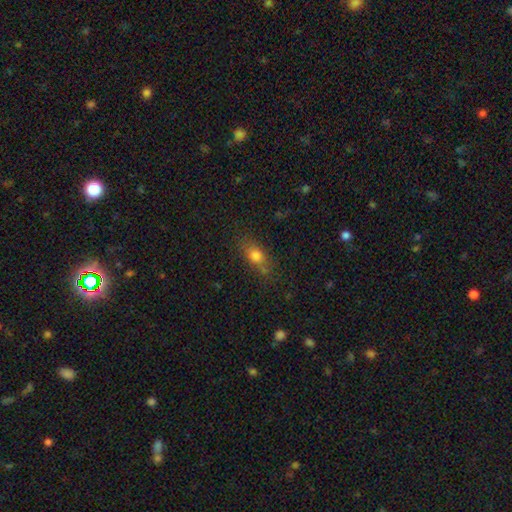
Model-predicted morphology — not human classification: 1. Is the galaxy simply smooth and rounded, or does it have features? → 74% smooth, 13% featured or disk, 12% star or artifact.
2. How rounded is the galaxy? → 69% in between, 17% round, 13% cigar-shaped.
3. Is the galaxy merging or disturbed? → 68% none, 21% minor disturbance, 7% major disturbance, 5% merger.